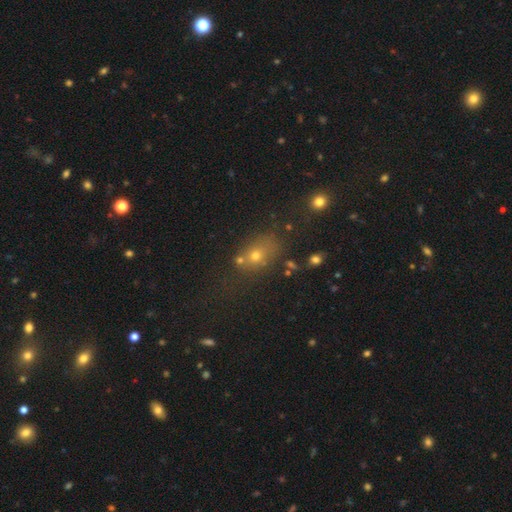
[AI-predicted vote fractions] Smooth or featured?
  - smooth: 62% *
  - star or artifact: 24%
  - featured or disk: 15%
How rounded?
  - in between: 55% *
  - round: 42%
  - cigar-shaped: 3%
Merging?
  - none: 57% *
  - merger: 19%
  - minor disturbance: 16%
  - major disturbance: 8%